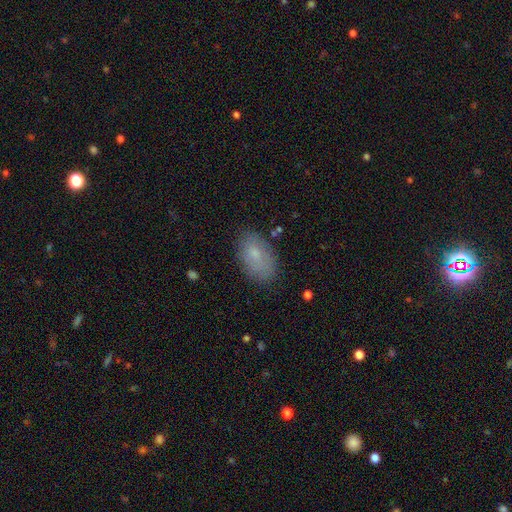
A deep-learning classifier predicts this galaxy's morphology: smooth 76%, featured or disk 15%, star or artifact 9%. Down the decision tree: how rounded — in between (91%); merging — none (77%).